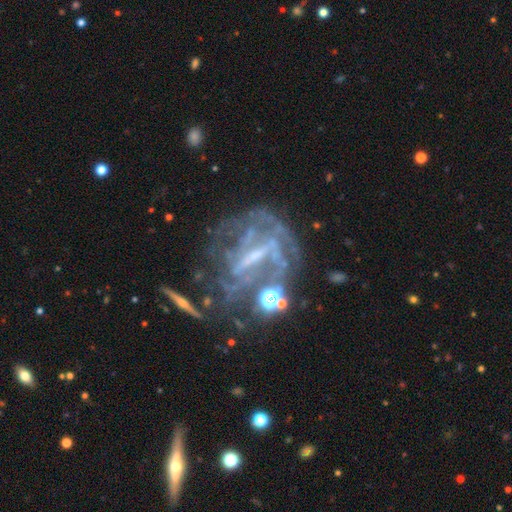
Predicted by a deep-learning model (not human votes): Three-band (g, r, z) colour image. It shows a featured or disk galaxy (76%) with a strong bar (52%), spiral arms (62%) and no central bulge (38%, tied with small). Merging: none (42%).